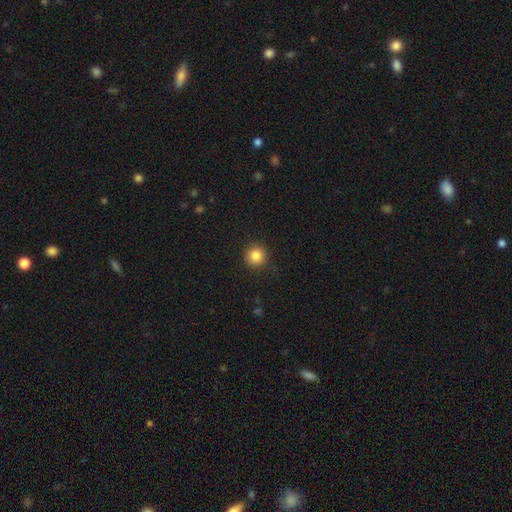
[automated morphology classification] A smooth galaxy with no disk features (85%) that is round (95%).

Vote fractions:
- Smooth or featured? smooth: 85% / star or artifact: 10% / featured or disk: 5%
- How rounded? round: 95% / in between: 4% / cigar-shaped: 1%
- Merging? none: 90% / minor disturbance: 7% / major disturbance: 2% / merger: 1%